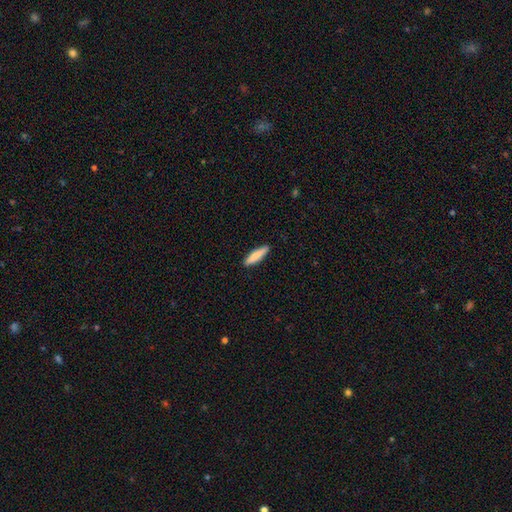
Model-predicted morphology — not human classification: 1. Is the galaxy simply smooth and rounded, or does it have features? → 82% smooth, 13% featured or disk, 5% star or artifact.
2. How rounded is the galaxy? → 79% cigar-shaped, 20% in between, 1% round.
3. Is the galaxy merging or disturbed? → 89% none, 8% minor disturbance, 2% major disturbance, 1% merger.